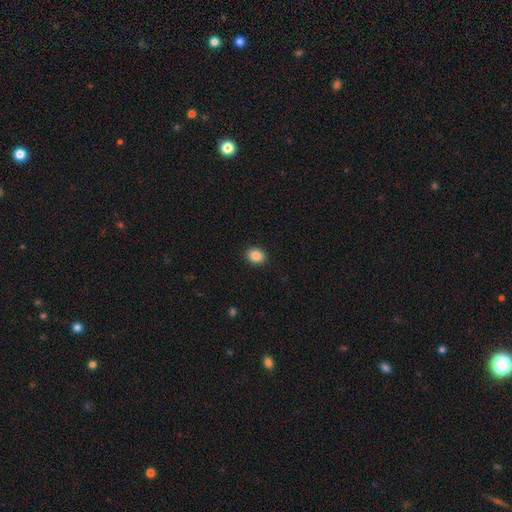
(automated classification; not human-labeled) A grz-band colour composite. It shows a smooth galaxy with no disk features (87%) that is in between round and cigar-shaped (52%). Merging: none (91%).